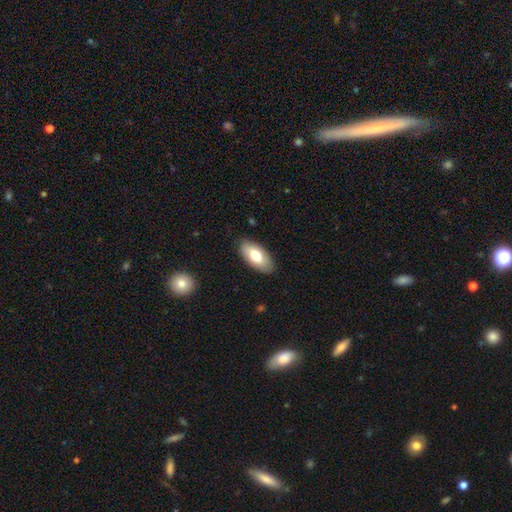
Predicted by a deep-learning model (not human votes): A smooth galaxy with no disk features (75%) that is in between round and cigar-shaped (92%).

Vote fractions:
- Smooth or featured? smooth: 75% / featured or disk: 19% / star or artifact: 6%
- How rounded? in between: 92% / cigar-shaped: 6% / round: 2%
- Merging? none: 87% / minor disturbance: 10% / major disturbance: 2% / merger: 1%